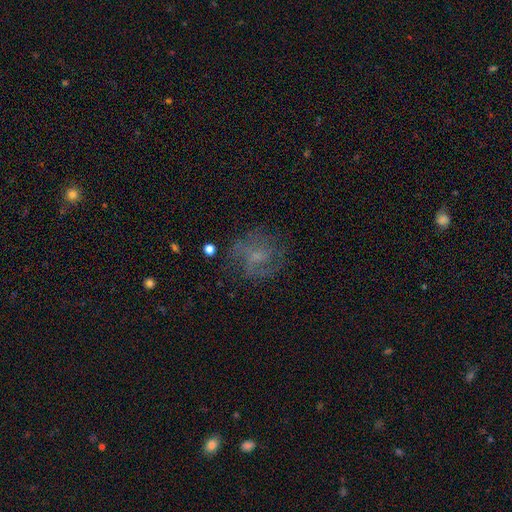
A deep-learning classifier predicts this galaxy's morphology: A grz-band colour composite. It shows a featured or disk galaxy (59%) with no bar (60%), spiral arms (75%) and a small central bulge (47%). Merging: none (62%).